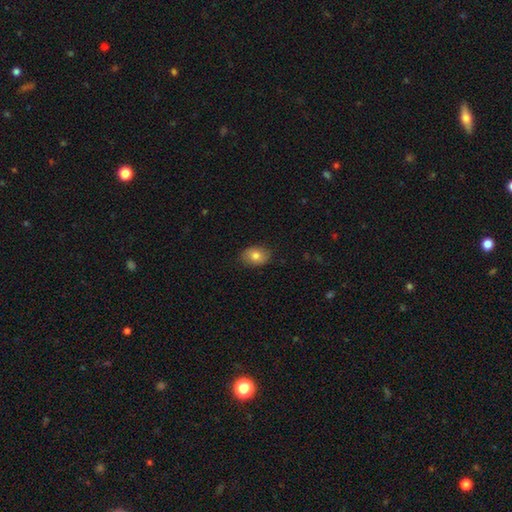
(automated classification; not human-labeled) This is clearly a smooth galaxy (80%). How rounded: likely in between (75%). Merging: clearly none (86%).